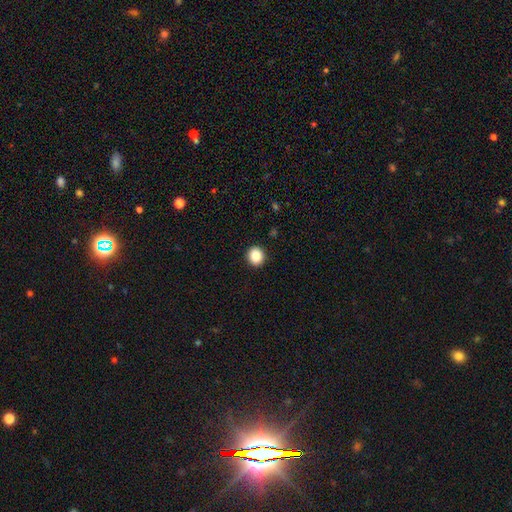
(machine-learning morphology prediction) smooth_or_featured: smooth (p=0.87) [alt: star or artifact p=0.09]
how_rounded: round (p=0.86) [alt: in between p=0.13]
merging: none (p=0.92) [alt: minor disturbance p=0.05]